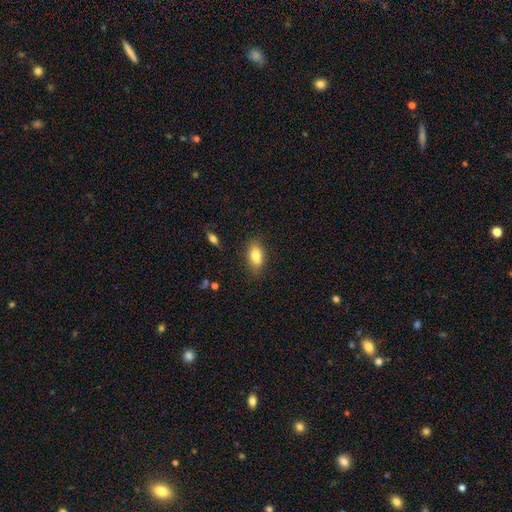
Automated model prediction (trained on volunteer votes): smooth 81%, featured or disk 11%, star or artifact 8%. Down the decision tree: how rounded — in between (88%); merging — none (80%).